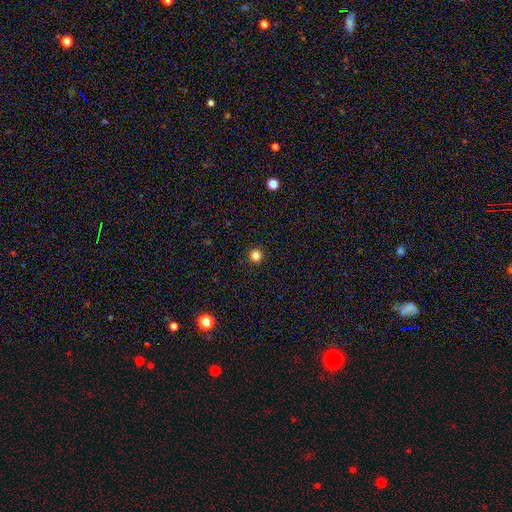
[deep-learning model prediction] smooth_or_featured: smooth (p=0.83) [alt: star or artifact p=0.13]
how_rounded: round (p=0.96) [alt: in between p=0.03]
merging: none (p=0.94) [alt: minor disturbance p=0.04]